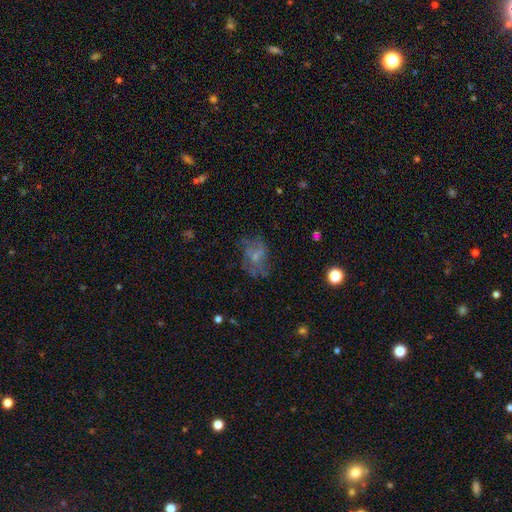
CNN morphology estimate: This appears to be a featured or disk galaxy (46%). Merging: none (48%).